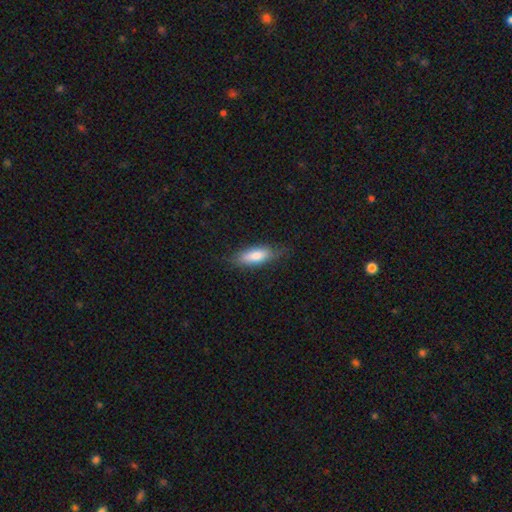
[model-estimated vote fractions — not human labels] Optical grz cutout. It shows a smooth galaxy with no disk features (78%) that is in between round and cigar-shaped (64%). Merging: none (75%).